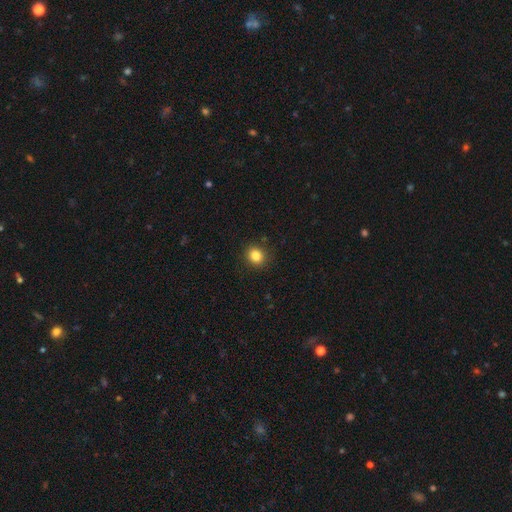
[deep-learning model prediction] Smooth or featured?
  - smooth: 84% *
  - star or artifact: 11%
  - featured or disk: 5%
How rounded?
  - round: 78% *
  - in between: 21%
  - cigar-shaped: 1%
Merging?
  - none: 89% *
  - minor disturbance: 7%
  - major disturbance: 2%
  - merger: 1%